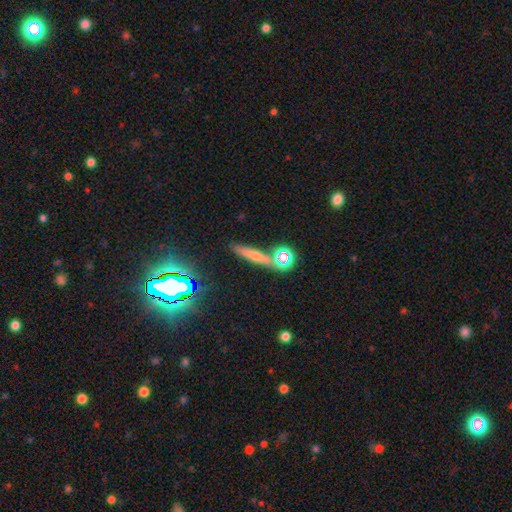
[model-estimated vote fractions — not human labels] This is marginally a smooth galaxy (43%). Merging: likely none (73%).